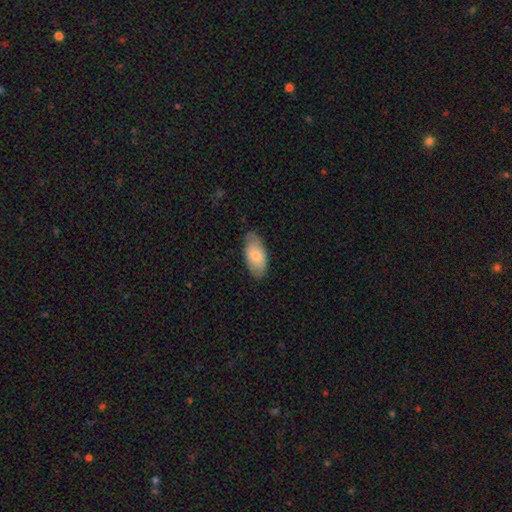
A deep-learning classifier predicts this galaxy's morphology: type=smooth (76%); roundness=in between (93%); merging=none (77%).